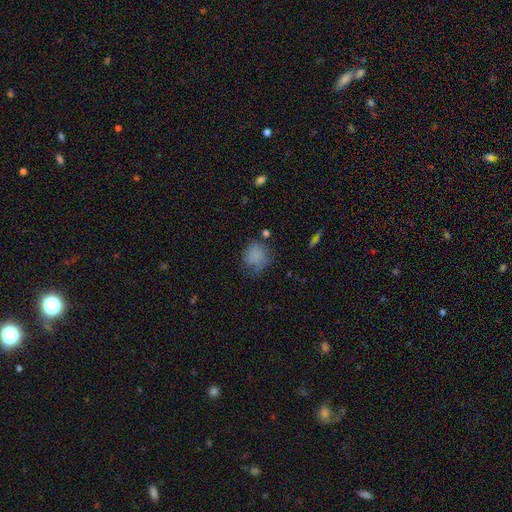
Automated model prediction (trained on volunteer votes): The model was most divided on "merging": none: 56%, minor disturbance: 28%, major disturbance: 12%, merger: 3%. More confident: smooth or featured — smooth (80%); how rounded — round (73%).